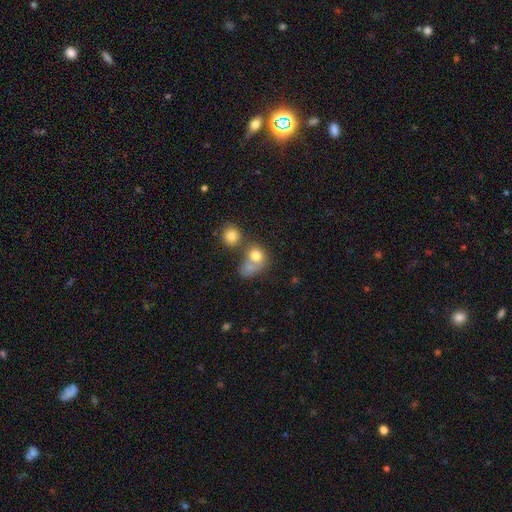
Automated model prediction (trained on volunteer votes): This is likely a smooth galaxy (75%). How rounded: likely round (67%). Merging: possibly merger (50%).